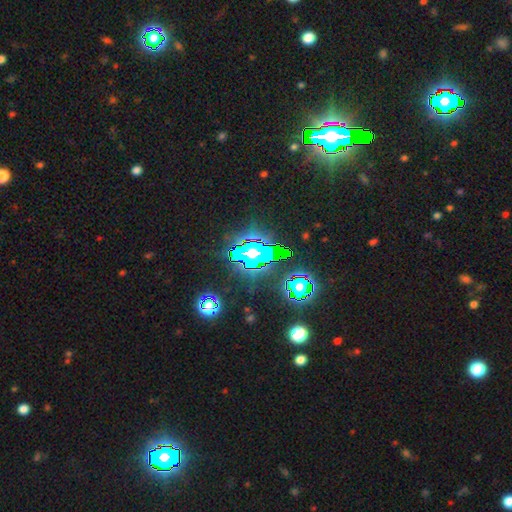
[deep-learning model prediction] Smooth or featured? Predicted: star or artifact (p=0.83).